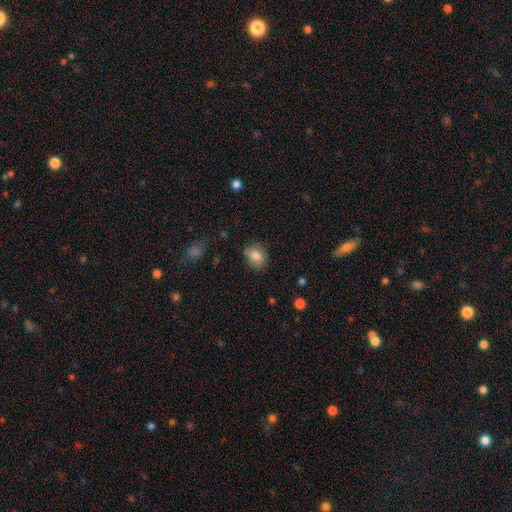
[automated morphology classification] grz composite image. It shows a smooth galaxy with no disk features (82%) that is in between round and cigar-shaped (51%). Merging: none (75%).